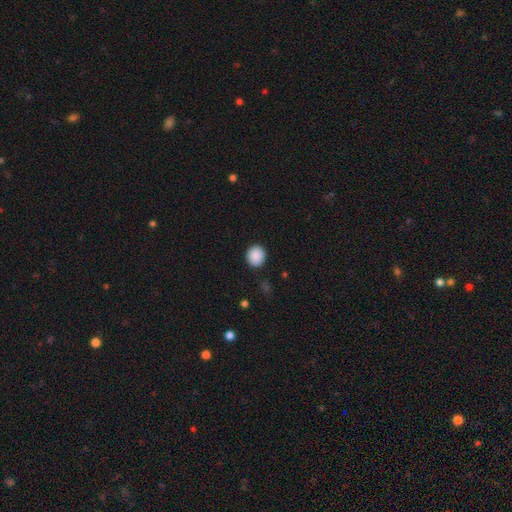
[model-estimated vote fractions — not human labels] This appears to be a smooth galaxy with no disk features (89%) that is round (85%). Merging: none (89%).